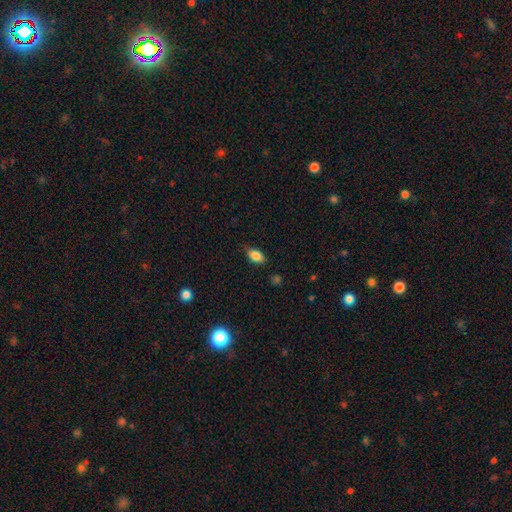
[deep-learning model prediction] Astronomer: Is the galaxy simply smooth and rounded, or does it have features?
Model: smooth — 83%.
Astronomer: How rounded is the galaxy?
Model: in between — 88%.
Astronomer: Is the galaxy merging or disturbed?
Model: none — 79%.